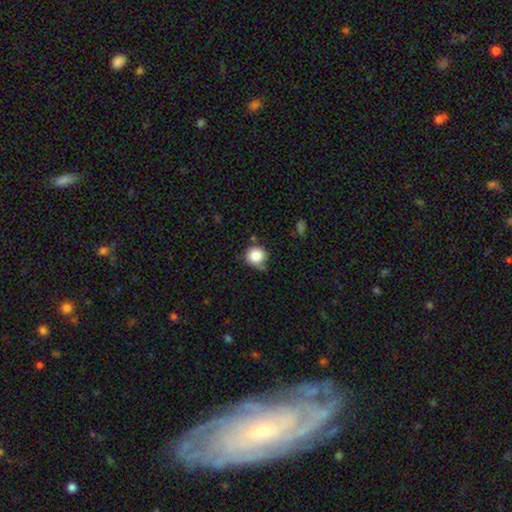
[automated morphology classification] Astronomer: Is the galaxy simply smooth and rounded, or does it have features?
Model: smooth — 84%.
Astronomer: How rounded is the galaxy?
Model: round — 92%.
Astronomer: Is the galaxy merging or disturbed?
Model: none — 66%.